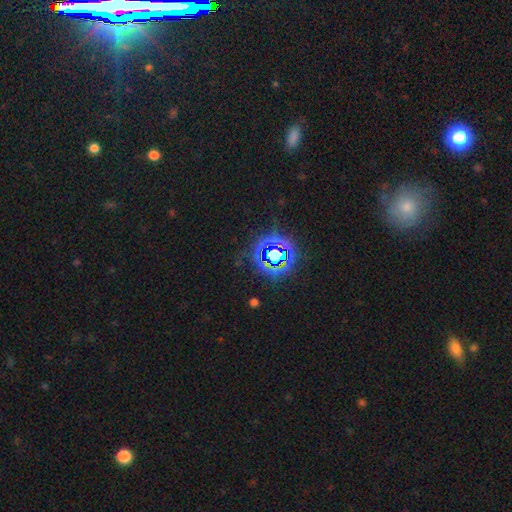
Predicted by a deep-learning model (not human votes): A star or artifact, not a galaxy (78%).

Vote fractions:
- Smooth or featured? star or artifact: 78% / smooth: 13% / featured or disk: 9%